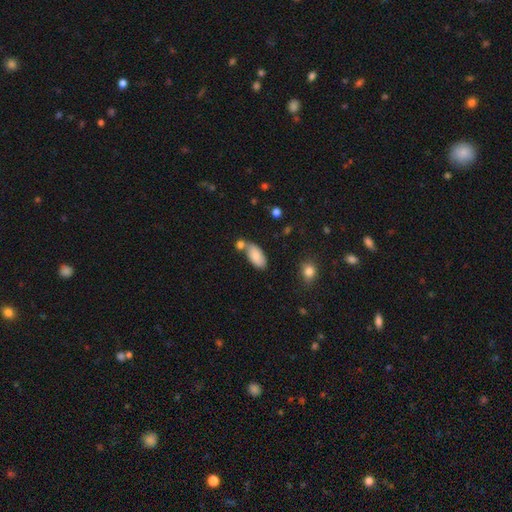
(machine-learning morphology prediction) type=smooth (79%); roundness=in between (92%); merging=none (58%).